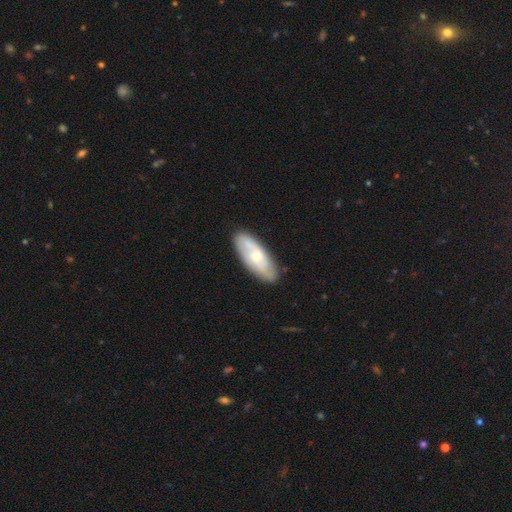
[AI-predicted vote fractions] A smooth galaxy with no disk features (49%). Merging: none (83%).